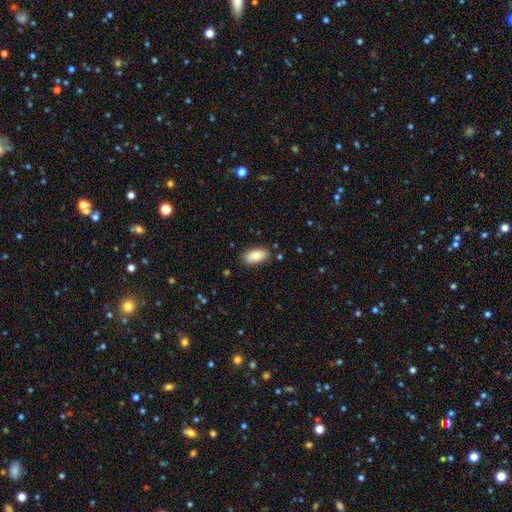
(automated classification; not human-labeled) smooth 82%, featured or disk 11%, star or artifact 7%. Down the decision tree: how rounded — in between (93%); merging — none (84%).